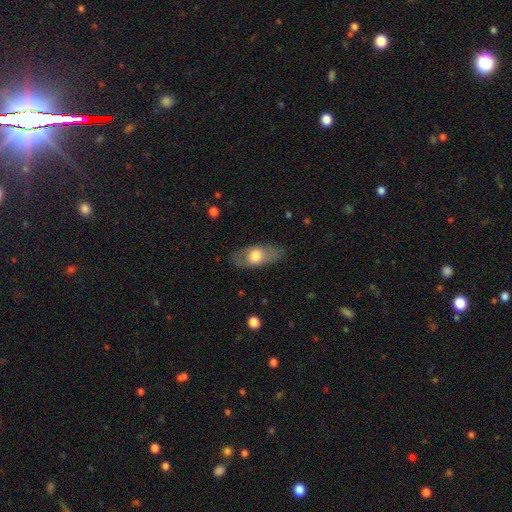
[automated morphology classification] smooth_or_featured: smooth (p=0.61) [alt: featured or disk p=0.33]
how_rounded: in between (p=0.85) [alt: cigar-shaped p=0.08]
merging: none (p=0.78) [alt: minor disturbance p=0.15]